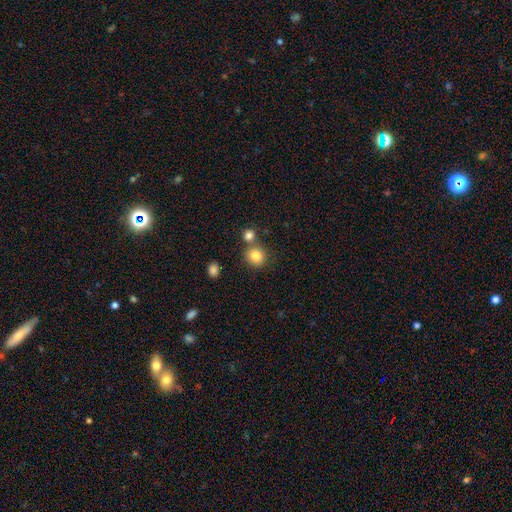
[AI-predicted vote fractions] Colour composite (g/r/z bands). It shows a smooth galaxy with no disk features (83%) that is round (84%). Merging: none (68%).